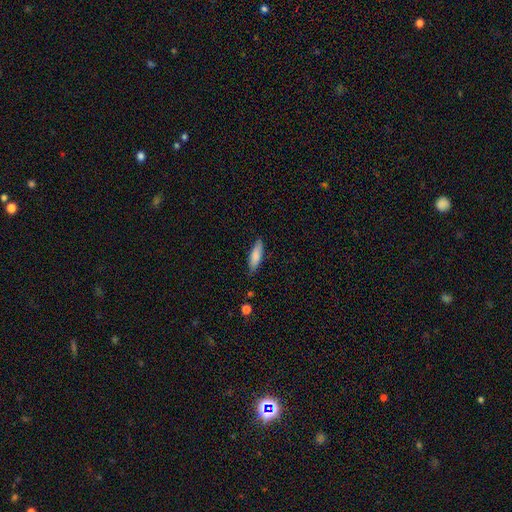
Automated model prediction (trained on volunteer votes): Q: Smooth or featured?
A: smooth (81%); runner-up: featured or disk (14%)
Q: How rounded?
A: cigar-shaped (56%); runner-up: in between (43%)
Q: Merging?
A: none (81%); runner-up: minor disturbance (15%)